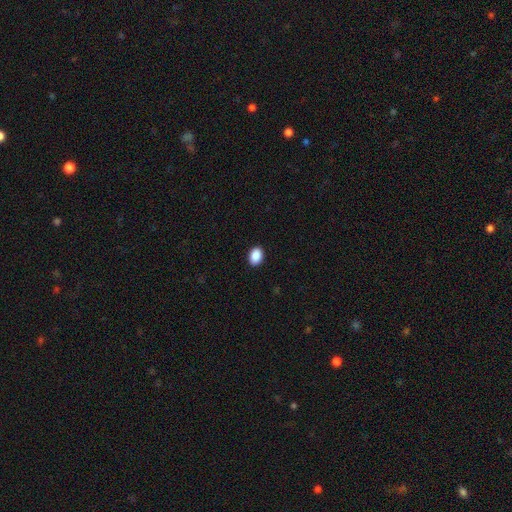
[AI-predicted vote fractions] smooth_or_featured: smooth (p=0.90) [alt: star or artifact p=0.07]
how_rounded: in between (p=0.78) [alt: round p=0.21]
merging: none (p=0.91) [alt: minor disturbance p=0.06]